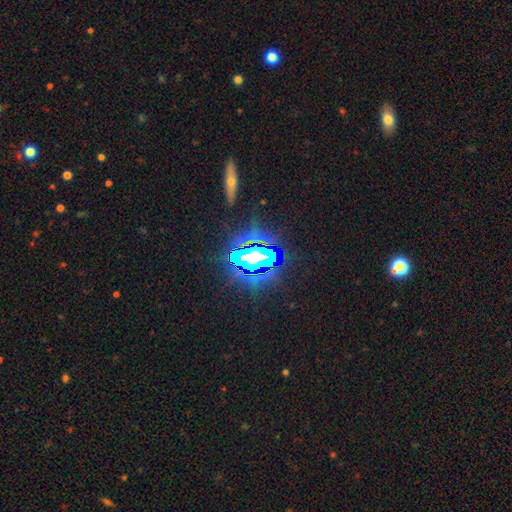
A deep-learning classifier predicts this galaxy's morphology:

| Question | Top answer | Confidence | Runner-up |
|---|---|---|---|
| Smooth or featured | star or artifact | 66% | smooth (19%) |